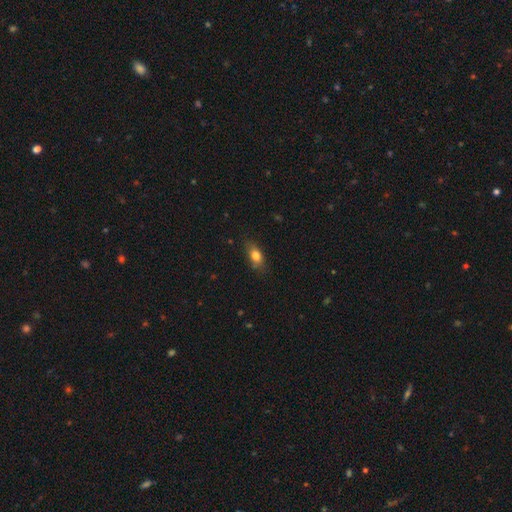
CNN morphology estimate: Smooth or featured?
  - smooth: 76% *
  - featured or disk: 15%
  - star or artifact: 9%
How rounded?
  - in between: 78% *
  - cigar-shaped: 13%
  - round: 9%
Merging?
  - none: 76% *
  - minor disturbance: 18%
  - major disturbance: 4%
  - merger: 1%